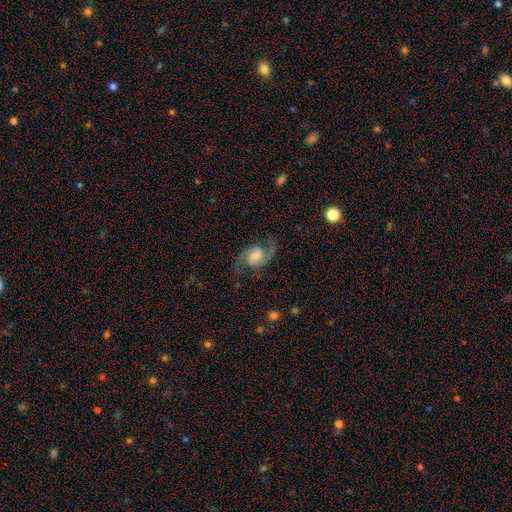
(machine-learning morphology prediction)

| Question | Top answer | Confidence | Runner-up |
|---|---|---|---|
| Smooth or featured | featured or disk | 84% | smooth (9%) |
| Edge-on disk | no | 97% | yes (3%) |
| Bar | weak | 46% | no (43%) |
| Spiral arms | yes | 97% | no (3%) |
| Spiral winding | medium | 51% | loose (36%) |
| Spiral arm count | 2 | 92% | can't tell (2%) |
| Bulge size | moderate | 53% | small (30%) |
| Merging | none | 75% | minor disturbance (14%) |